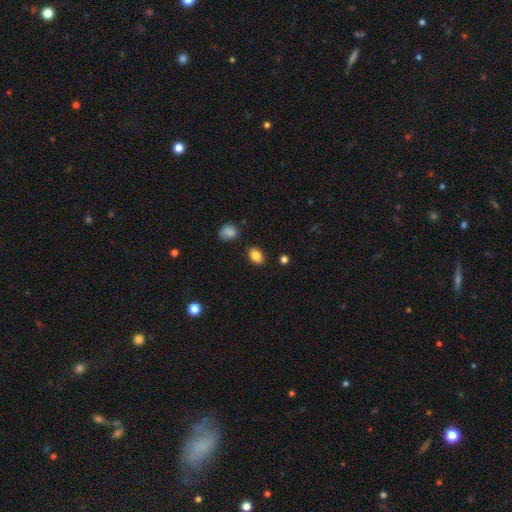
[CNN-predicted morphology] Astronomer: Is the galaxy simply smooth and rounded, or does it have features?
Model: smooth — 85%.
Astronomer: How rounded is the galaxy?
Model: in between — 80%.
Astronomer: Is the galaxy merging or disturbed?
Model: none — 85%.